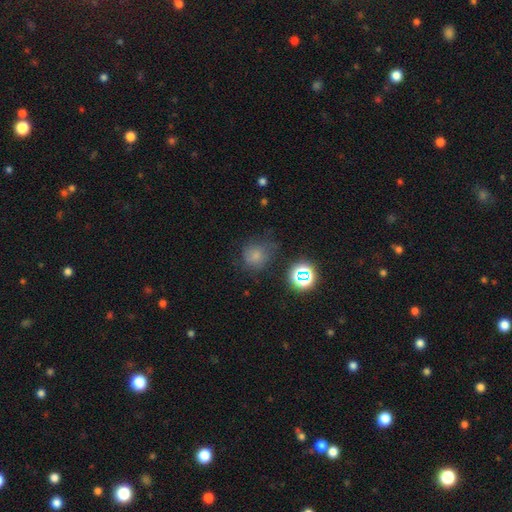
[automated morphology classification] This appears to be a smooth galaxy with no disk features (71%) that is round (82%). Merging: none (61%).